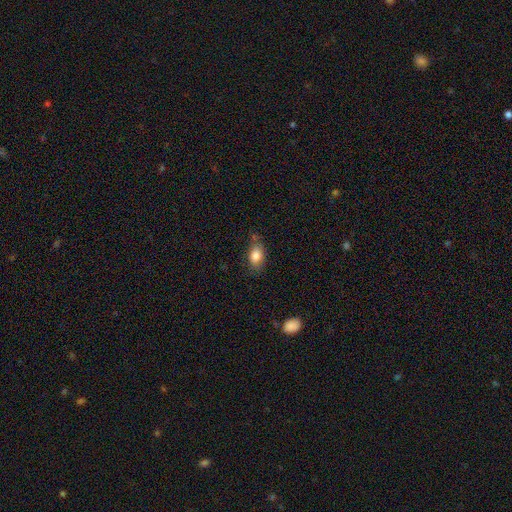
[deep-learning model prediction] Q: Smooth or featured?
A: smooth (84%); runner-up: featured or disk (8%)
Q: How rounded?
A: in between (84%); runner-up: round (13%)
Q: Merging?
A: none (67%); runner-up: minor disturbance (23%)